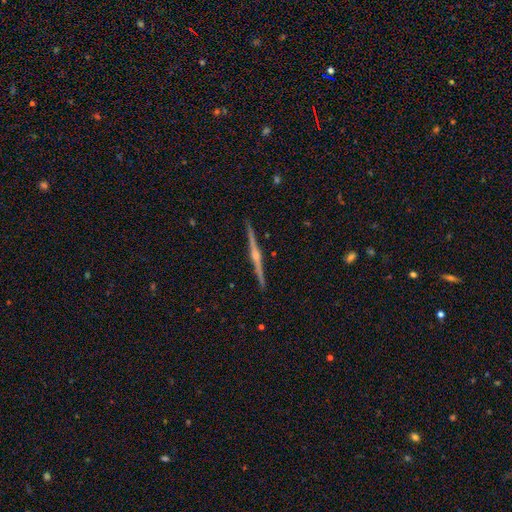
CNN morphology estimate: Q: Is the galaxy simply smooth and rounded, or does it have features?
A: featured or disk — 86%.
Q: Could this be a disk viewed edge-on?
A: yes — 99%.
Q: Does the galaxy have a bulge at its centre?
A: rounded — 87%.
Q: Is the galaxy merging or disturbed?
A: none — 93%.